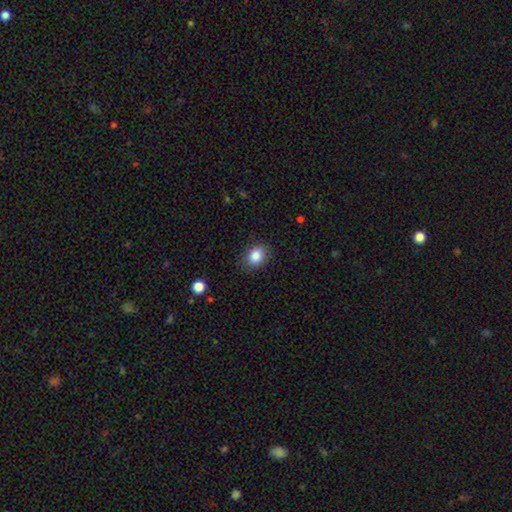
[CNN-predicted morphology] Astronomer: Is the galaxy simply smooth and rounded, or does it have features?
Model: smooth — 85%.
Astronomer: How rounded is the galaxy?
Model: in between — 58% (runner-up: round, 41%).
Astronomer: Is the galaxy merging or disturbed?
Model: none — 85%.